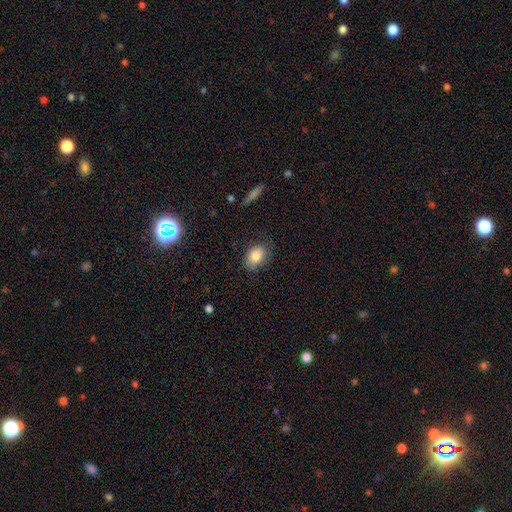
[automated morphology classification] Smooth or featured? Predicted: smooth (p=0.85). How rounded? Predicted: in between (p=0.75). Merging? Predicted: none (p=0.76).